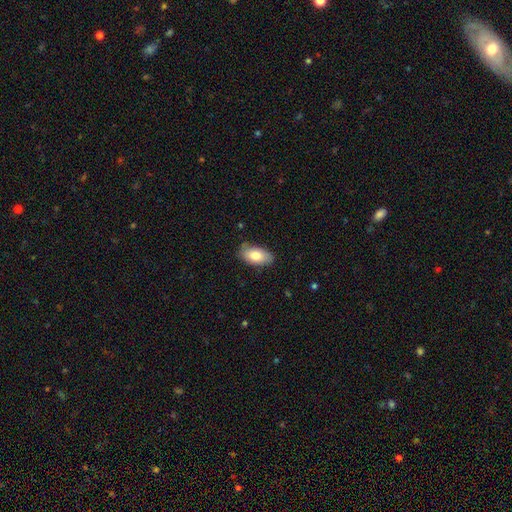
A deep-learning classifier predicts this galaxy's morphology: smooth_or_featured: smooth (p=0.78) [alt: featured or disk p=0.15]
how_rounded: in between (p=0.94) [alt: round p=0.04]
merging: none (p=0.78) [alt: minor disturbance p=0.18]